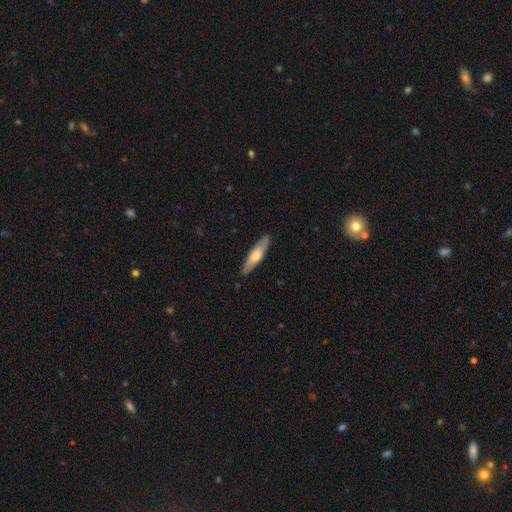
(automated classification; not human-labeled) Morphology: type=smooth (53%); roundness=cigar-shaped (73%); merging=none (86%).